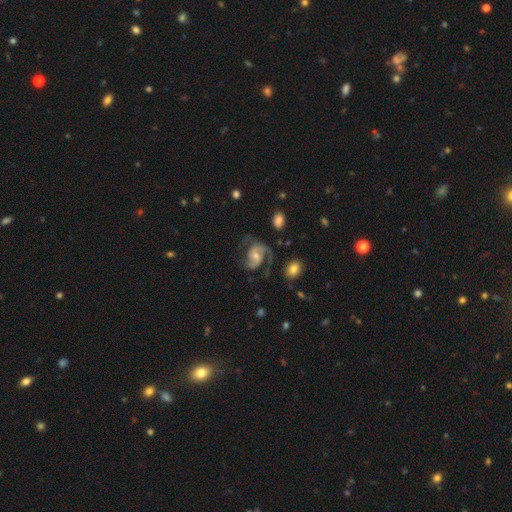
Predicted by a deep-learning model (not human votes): Smooth or featured?
  - featured or disk: 86% *
  - smooth: 8%
  - star or artifact: 6%
Edge-on disk?
  - no: 98% *
  - yes: 2%
Bar?
  - no: 50% *
  - weak: 38%
  - strong: 12%
Spiral arms?
  - yes: 96% *
  - no: 4%
Spiral winding?
  - medium: 54% *
  - tight: 23%
  - loose: 22%
Spiral arm count?
  - 2: 82% *
  - 3: 5%
  - can't tell: 5%
  - 1: 4%
  - 4: 1%
  - more than 4: 1%
Bulge size?
  - moderate: 47% *
  - small: 46%
  - large: 3%
  - none: 3%
  - dominant: 1%
Merging?
  - none: 61% *
  - minor disturbance: 19%
  - major disturbance: 17%
  - merger: 3%